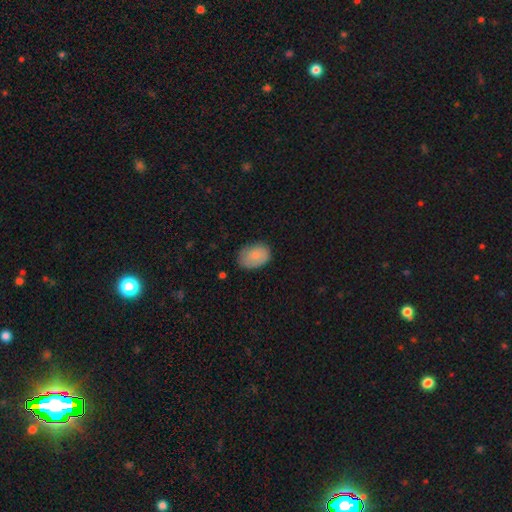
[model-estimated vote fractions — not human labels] Morphology: type=smooth (80%); roundness=in between (79%); merging=none (75%).